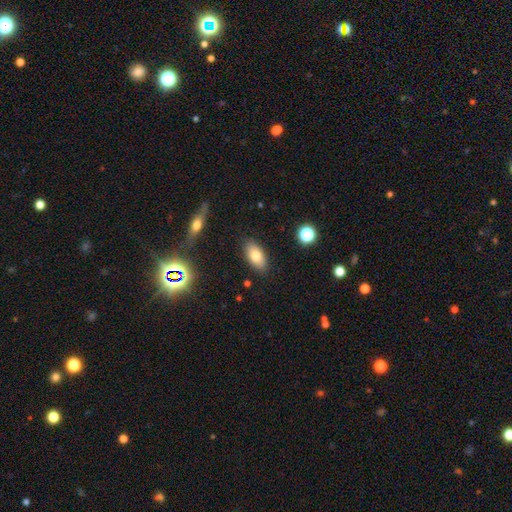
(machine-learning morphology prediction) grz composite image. It shows a smooth galaxy with no disk features (78%) that is in between round and cigar-shaped (91%). Merging: none (86%).